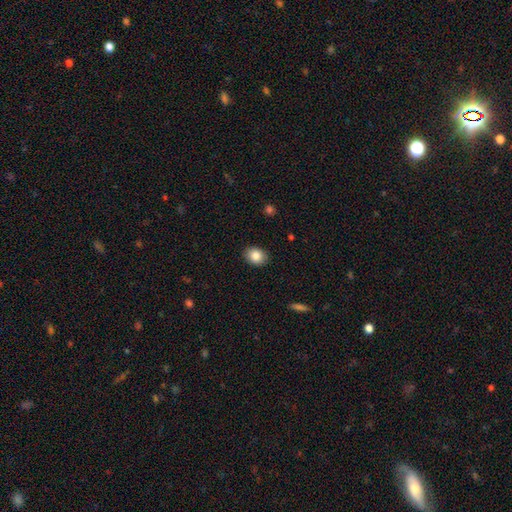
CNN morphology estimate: The model was most divided on "how rounded": in between: 58%, round: 41%, cigar-shaped: 1%. More confident: merging — none (89%); smooth or featured — smooth (86%).